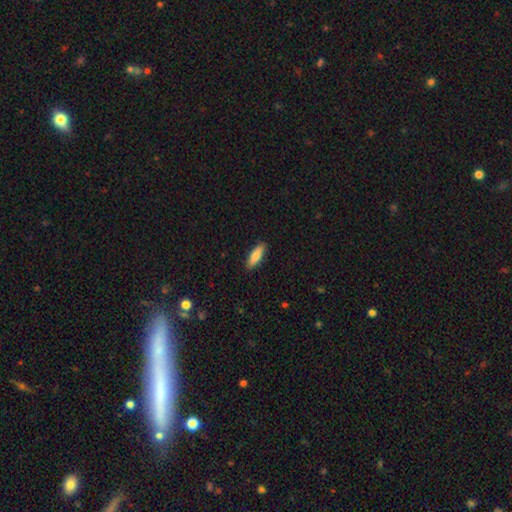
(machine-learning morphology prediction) The model was most divided on "how rounded": in between: 50%, cigar-shaped: 48%, round: 2%. More confident: merging — none (90%); smooth or featured — smooth (81%).